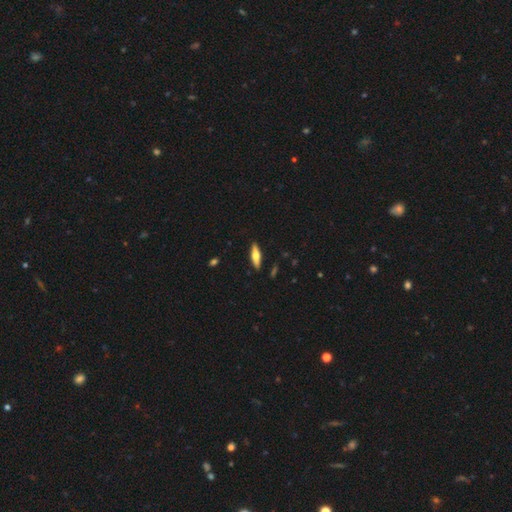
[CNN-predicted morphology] A smooth galaxy with no disk features (51%) that is cigar-shaped (61%).

Vote fractions:
- Smooth or featured? smooth: 51% / featured or disk: 43% / star or artifact: 6%
- How rounded? cigar-shaped: 61% / in between: 37% / round: 2%
- Merging? none: 90% / minor disturbance: 8% / major disturbance: 2% / merger: 1%